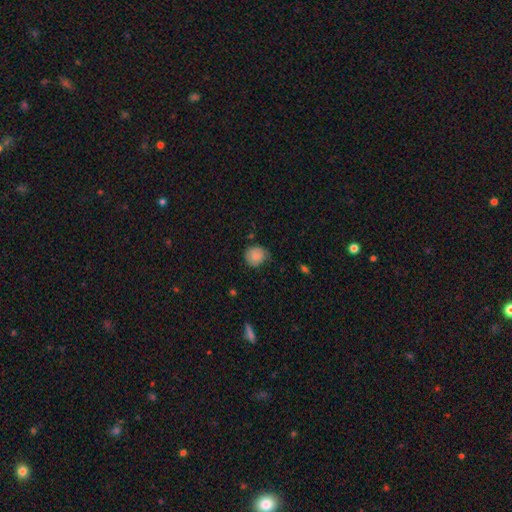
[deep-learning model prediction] Q: Smooth or featured?
A: smooth (79%); runner-up: featured or disk (13%)
Q: How rounded?
A: round (82%); runner-up: in between (17%)
Q: Merging?
A: none (61%); runner-up: minor disturbance (30%)